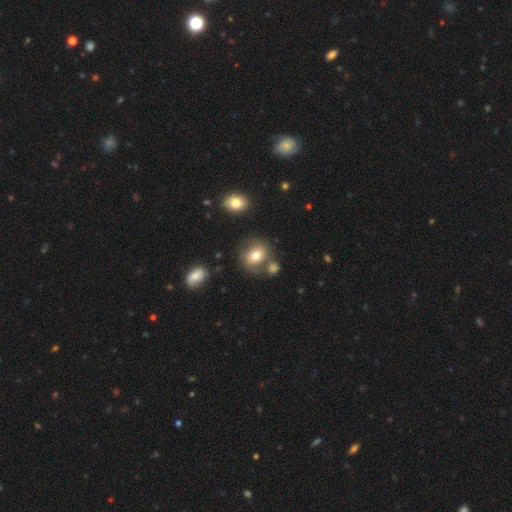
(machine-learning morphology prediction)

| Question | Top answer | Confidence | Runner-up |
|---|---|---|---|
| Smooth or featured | smooth | 71% | featured or disk (19%) |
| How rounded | round | 57% | in between (42%) |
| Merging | none | 66% | minor disturbance (15%) |